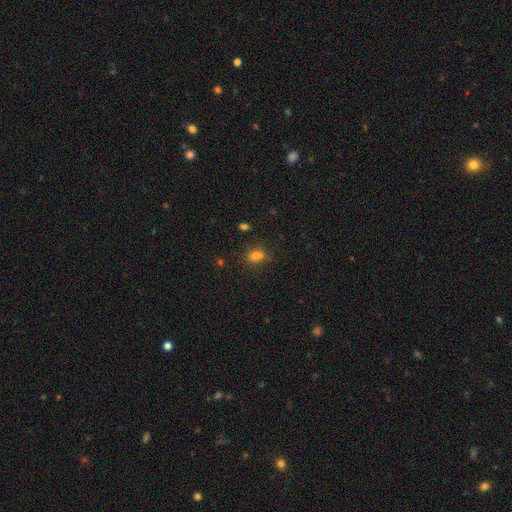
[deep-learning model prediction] A smooth galaxy with no disk features (72%) that is round (55%).

Vote fractions:
- Smooth or featured? smooth: 72% / star or artifact: 18% / featured or disk: 10%
- How rounded? round: 55% / in between: 44% / cigar-shaped: 2%
- Merging? none: 54% / merger: 27% / minor disturbance: 14% / major disturbance: 5%